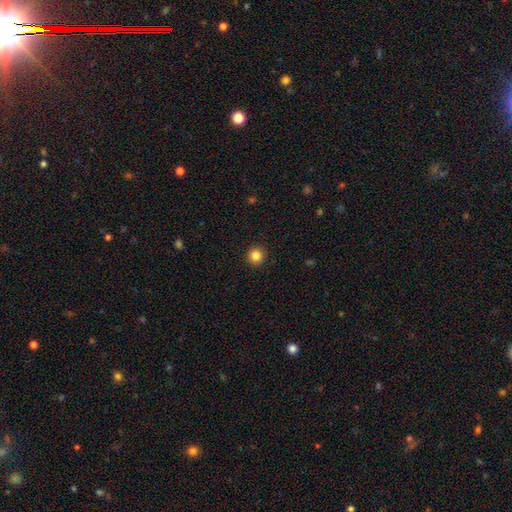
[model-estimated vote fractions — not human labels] A smooth galaxy with no disk features (84%) that is round (95%). Merging: none (93%).